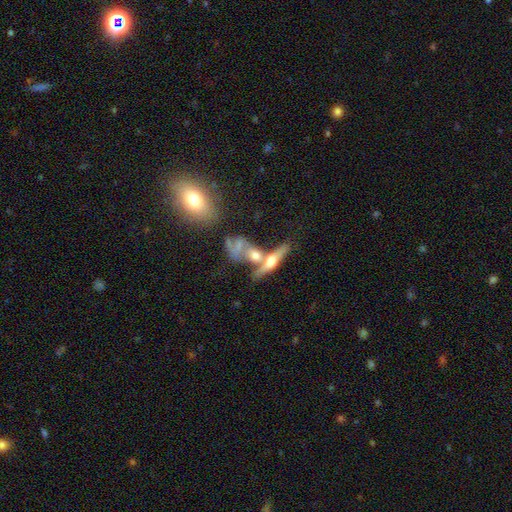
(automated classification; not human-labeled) featured or disk 66%, smooth 24%, star or artifact 10%. Down the decision tree: edge-on disk — yes (78%); edge-on bulge — rounded (92%); merging — none (42%).